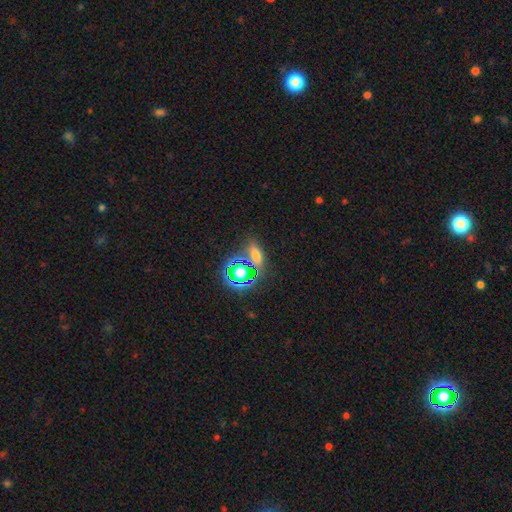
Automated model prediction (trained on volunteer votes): smooth-or-featured: smooth: 51% | star or artifact: 36% | featured or disk: 13%
  how-rounded: in between: 58% | round: 23% | cigar-shaped: 19%
  merging: none: 71% | merger: 14% | minor disturbance: 11% | major disturbance: 5%